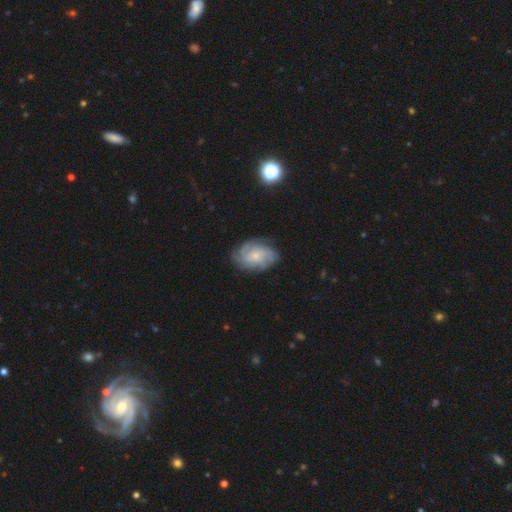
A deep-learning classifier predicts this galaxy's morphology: This appears to be a featured or disk galaxy (75%) with no bar (74%), tight (58%) spiral arms (95%) and a small central bulge (66%). Merging: none (78%).